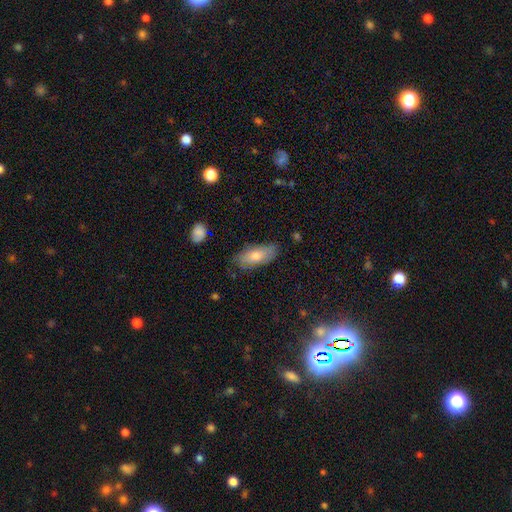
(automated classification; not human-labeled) Morphology: type=smooth (63%); roundness=in between (81%); merging=none (78%).